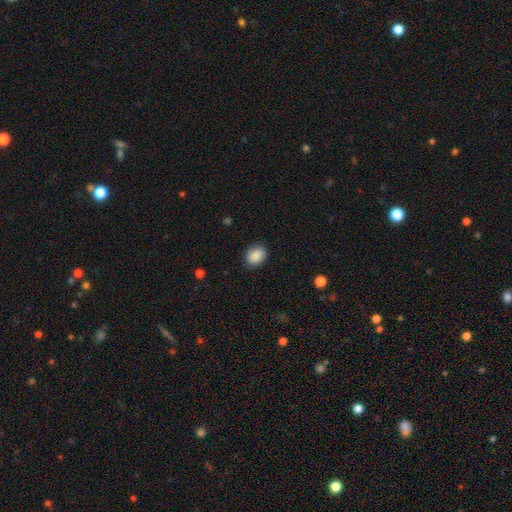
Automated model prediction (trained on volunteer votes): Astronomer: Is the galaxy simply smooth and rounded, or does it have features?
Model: smooth — 89%.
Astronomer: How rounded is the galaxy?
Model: in between — 62% (runner-up: round, 37%).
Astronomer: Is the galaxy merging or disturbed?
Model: none — 85%.